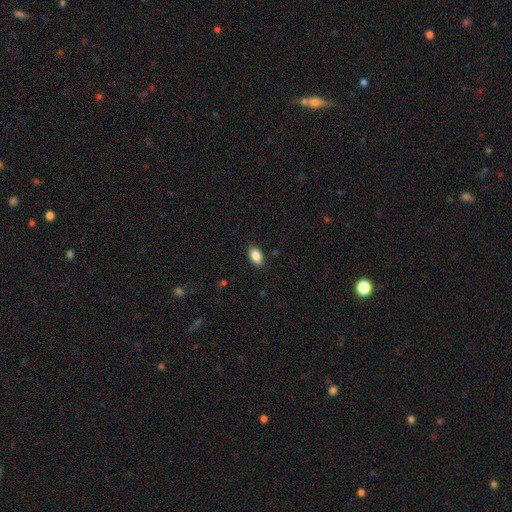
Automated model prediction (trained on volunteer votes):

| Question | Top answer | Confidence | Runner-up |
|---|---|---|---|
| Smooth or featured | smooth | 87% | star or artifact (8%) |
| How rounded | in between | 92% | round (6%) |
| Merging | none | 88% | minor disturbance (9%) |